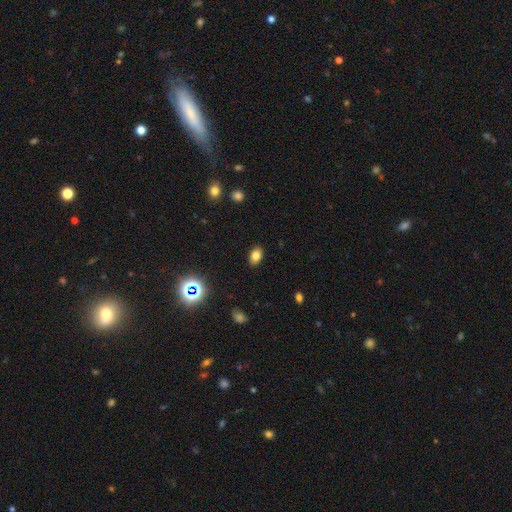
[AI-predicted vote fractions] A smooth galaxy with no disk features (79%) that is in between round and cigar-shaped (83%).

Vote fractions:
- Smooth or featured? smooth: 79% / star or artifact: 14% / featured or disk: 8%
- How rounded? in between: 83% / round: 15% / cigar-shaped: 1%
- Merging? none: 88% / minor disturbance: 8% / major disturbance: 2% / merger: 1%